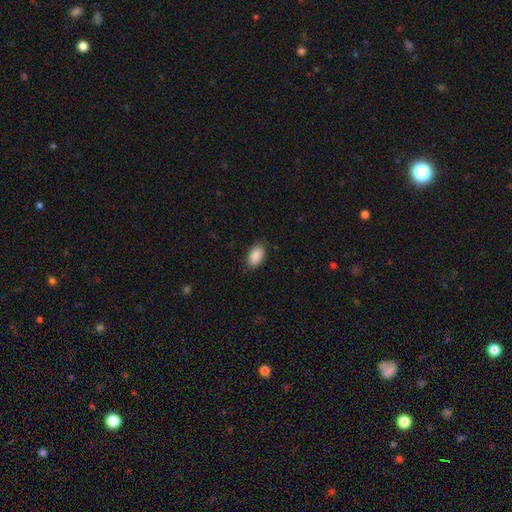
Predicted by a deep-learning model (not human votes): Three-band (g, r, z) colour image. It shows a smooth galaxy with no disk features (90%) that is in between round and cigar-shaped (94%). Merging: none (85%).